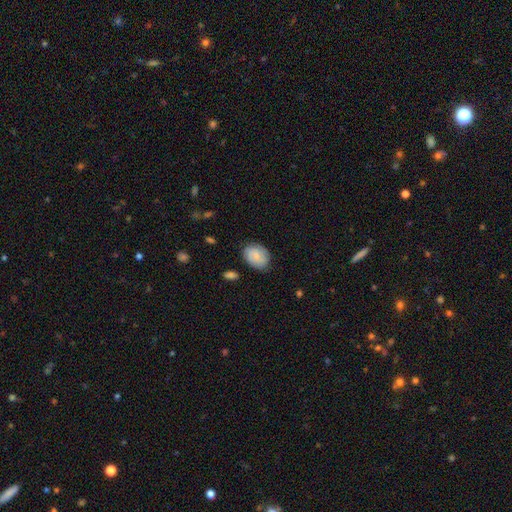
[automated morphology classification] This is possibly a smooth galaxy (58%). How rounded: likely in between (67%). Merging: likely none (77%).